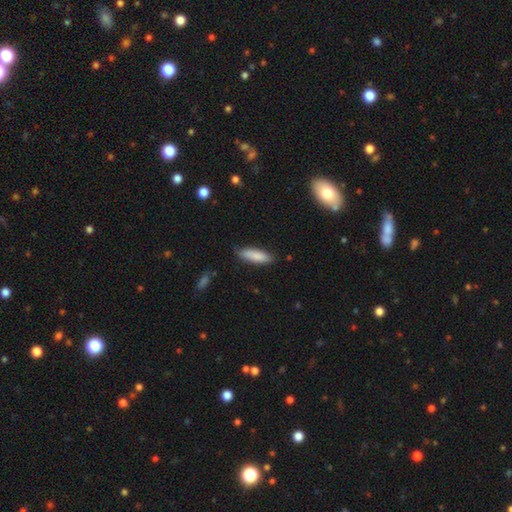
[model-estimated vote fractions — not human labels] smooth 85%, featured or disk 10%, star or artifact 6%. Down the decision tree: how rounded — cigar-shaped (55%); merging — none (78%).